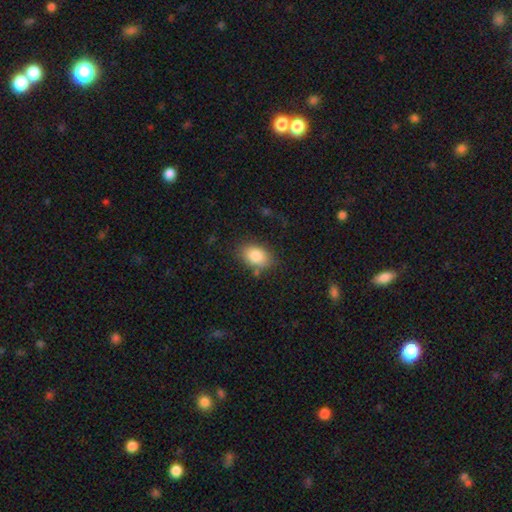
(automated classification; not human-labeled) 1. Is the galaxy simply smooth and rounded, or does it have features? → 86% smooth, 8% star or artifact, 6% featured or disk.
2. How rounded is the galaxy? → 84% in between, 15% round, 1% cigar-shaped.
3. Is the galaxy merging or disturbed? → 77% none, 15% minor disturbance, 5% major disturbance, 3% merger.